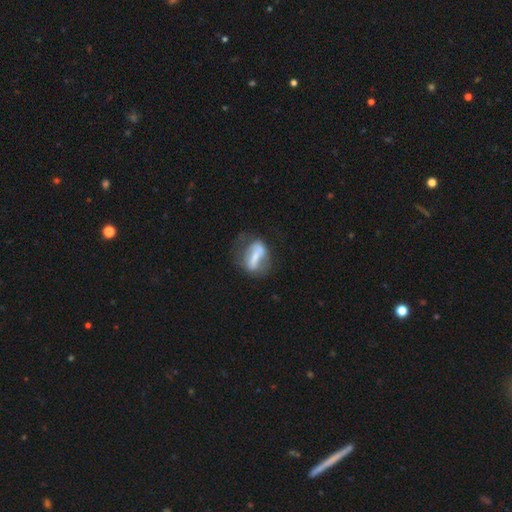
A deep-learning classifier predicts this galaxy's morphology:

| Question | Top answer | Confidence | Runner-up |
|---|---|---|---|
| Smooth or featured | featured or disk | 55% | smooth (37%) |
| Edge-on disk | no | 90% | yes (10%) |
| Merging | none | 42% | minor disturbance (26%) |